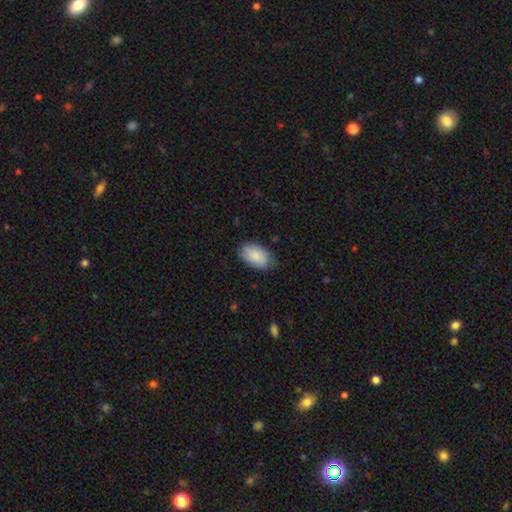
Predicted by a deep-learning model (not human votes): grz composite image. It shows a smooth galaxy with no disk features (88%) that is in between round and cigar-shaped (94%). Merging: none (77%).